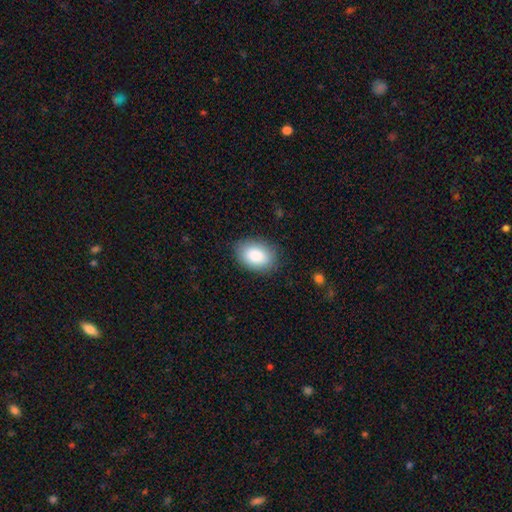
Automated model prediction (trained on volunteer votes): Smooth or featured? smooth (87%)
How rounded? in between (86%)
Merging? none (86%)